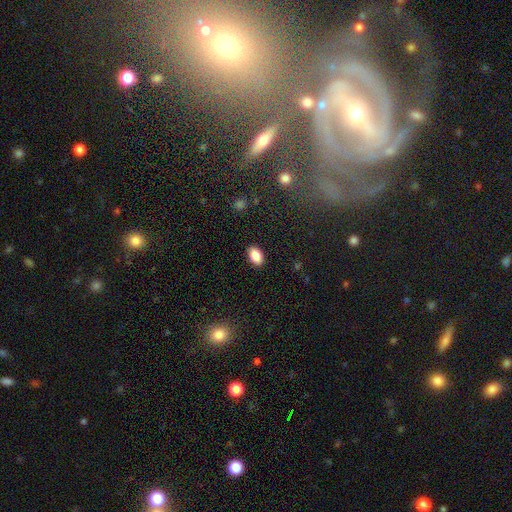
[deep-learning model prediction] Smooth or featured: smooth — 86% (star or artifact — 8%)
How rounded: in between — 91% (round — 7%)
Merging: none — 89% (minor disturbance — 8%)